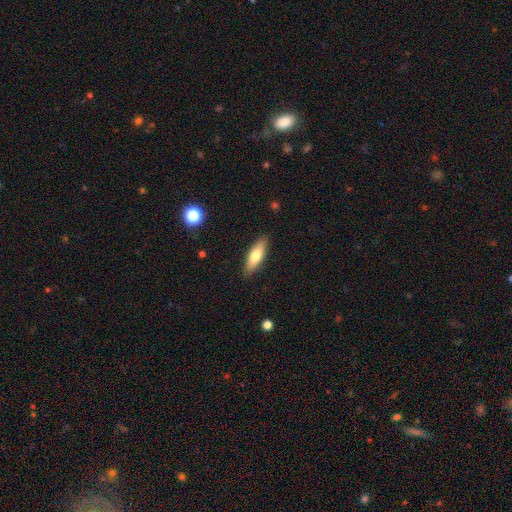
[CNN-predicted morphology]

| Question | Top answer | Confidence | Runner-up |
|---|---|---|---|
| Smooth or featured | smooth | 70% | featured or disk (23%) |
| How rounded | in between | 52% | cigar-shaped (46%) |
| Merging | none | 88% | minor disturbance (9%) |